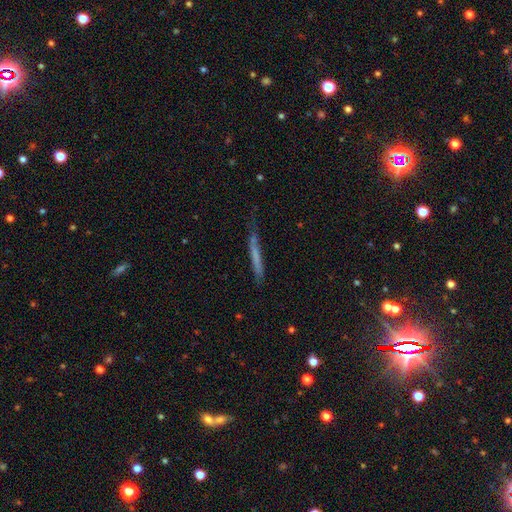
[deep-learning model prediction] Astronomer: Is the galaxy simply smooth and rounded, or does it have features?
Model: smooth — 55% (runner-up: featured or disk, 36%).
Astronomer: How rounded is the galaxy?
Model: cigar-shaped — 96%.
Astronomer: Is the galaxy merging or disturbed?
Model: none — 61%.